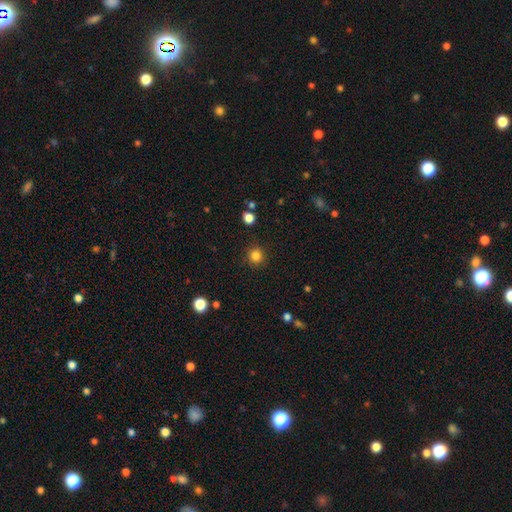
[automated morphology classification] Smooth or featured: smooth — 84% (star or artifact — 12%)
How rounded: round — 93% (in between — 6%)
Merging: none — 90% (minor disturbance — 7%)